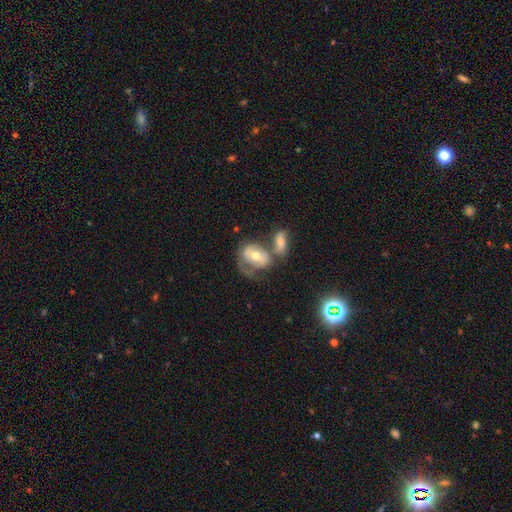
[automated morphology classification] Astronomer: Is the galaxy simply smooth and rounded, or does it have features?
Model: featured or disk — 52% (runner-up: smooth, 28%).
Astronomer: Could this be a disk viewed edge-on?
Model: no — 88%.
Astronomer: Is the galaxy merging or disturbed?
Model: none — 42% (runner-up: merger, 37%).